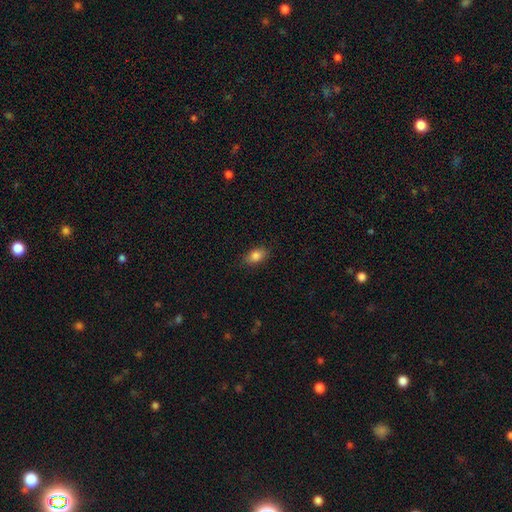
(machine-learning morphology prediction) Smooth or featured? smooth (84%)
How rounded? in between (86%)
Merging? none (85%)